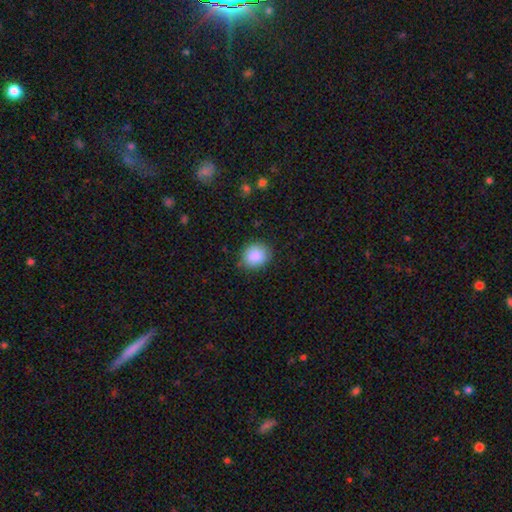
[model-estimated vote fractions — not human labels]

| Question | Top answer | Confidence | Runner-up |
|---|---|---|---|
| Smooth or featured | smooth | 89% | star or artifact (7%) |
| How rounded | round | 70% | in between (29%) |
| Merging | none | 85% | minor disturbance (11%) |